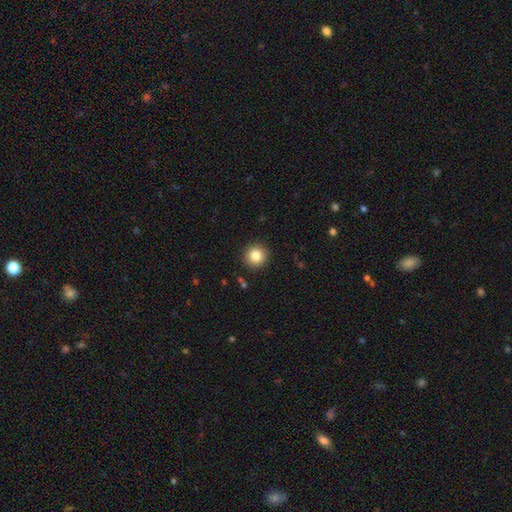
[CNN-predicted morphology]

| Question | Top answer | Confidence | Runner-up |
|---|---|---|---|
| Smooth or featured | smooth | 83% | star or artifact (10%) |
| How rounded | round | 95% | in between (4%) |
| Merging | none | 92% | minor disturbance (5%) |